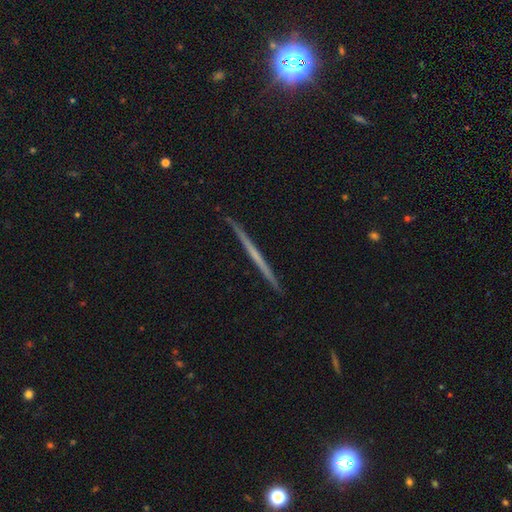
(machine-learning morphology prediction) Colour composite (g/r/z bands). It shows a featured or disk galaxy (63%) viewed edge-on (98%) with no central bulge (88%). Merging: none (92%).